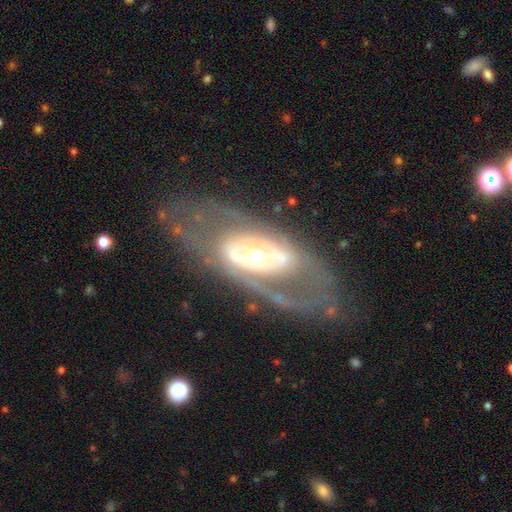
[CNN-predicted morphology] featured or disk 79%, smooth 15%, star or artifact 6%. Down the decision tree: edge-on disk — no (89%); bar — no (62%); spiral arms — yes (57%); bulge size — moderate (62%); merging — none (68%).